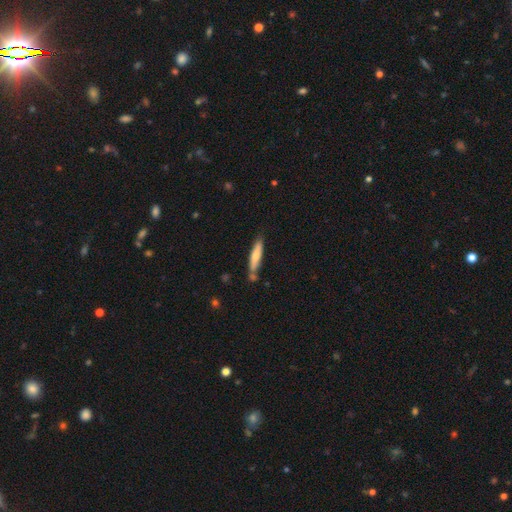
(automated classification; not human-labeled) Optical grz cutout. It shows a smooth galaxy with no disk features (67%) that is cigar-shaped (87%). Merging: none (69%).